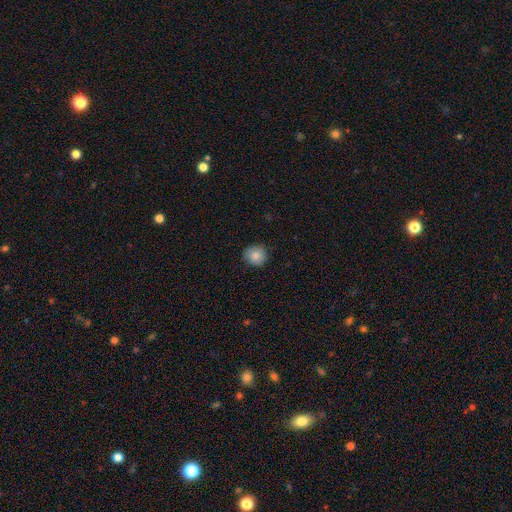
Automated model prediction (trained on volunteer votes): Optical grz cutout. It shows a smooth galaxy with no disk features (85%) that is round (88%). Merging: none (83%).